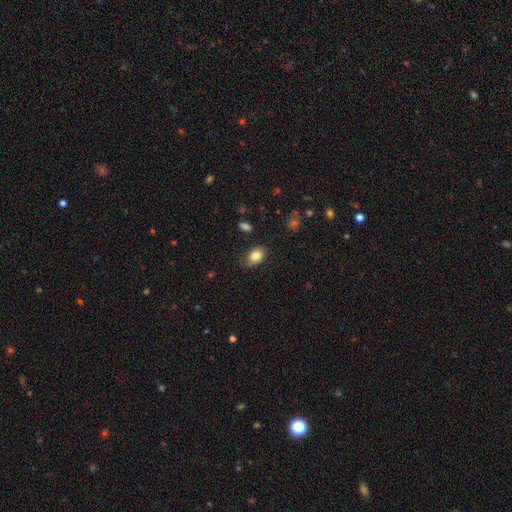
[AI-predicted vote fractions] smooth-or-featured: smooth: 83% | star or artifact: 9% | featured or disk: 9%
  how-rounded: in between: 78% | round: 20% | cigar-shaped: 1%
  merging: none: 75% | minor disturbance: 19% | major disturbance: 4% | merger: 2%